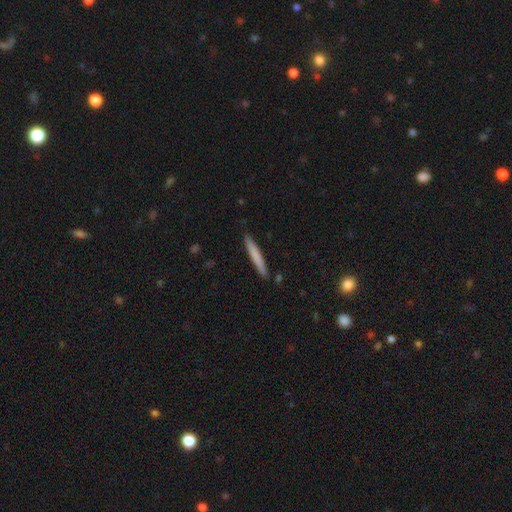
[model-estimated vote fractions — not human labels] A smooth galaxy with no disk features (75%) that is cigar-shaped (96%).

Vote fractions:
- Smooth or featured? smooth: 75% / featured or disk: 20% / star or artifact: 5%
- How rounded? cigar-shaped: 96% / in between: 3% / round: 1%
- Merging? none: 89% / minor disturbance: 8% / merger: 2% / major disturbance: 1%